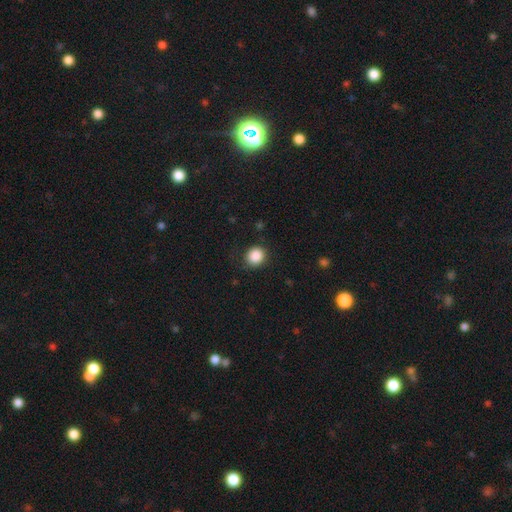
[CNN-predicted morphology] Smooth or featured?
  - smooth: 88% *
  - star or artifact: 9%
  - featured or disk: 3%
How rounded?
  - round: 86% *
  - in between: 13%
  - cigar-shaped: 1%
Merging?
  - none: 86% *
  - minor disturbance: 10%
  - major disturbance: 3%
  - merger: 1%